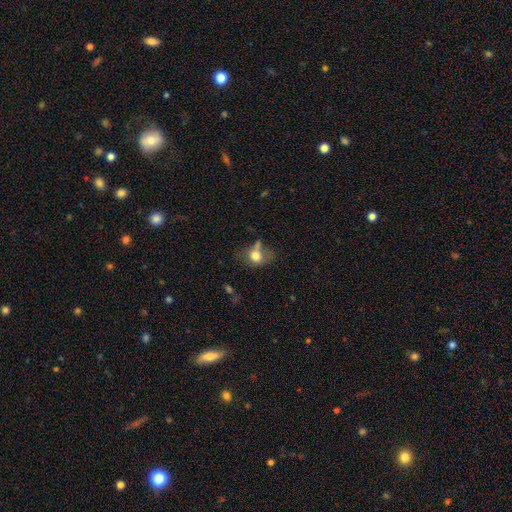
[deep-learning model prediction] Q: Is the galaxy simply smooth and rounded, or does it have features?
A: smooth — 72%.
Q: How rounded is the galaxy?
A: in between — 57%.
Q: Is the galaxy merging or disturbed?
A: none — 35%.